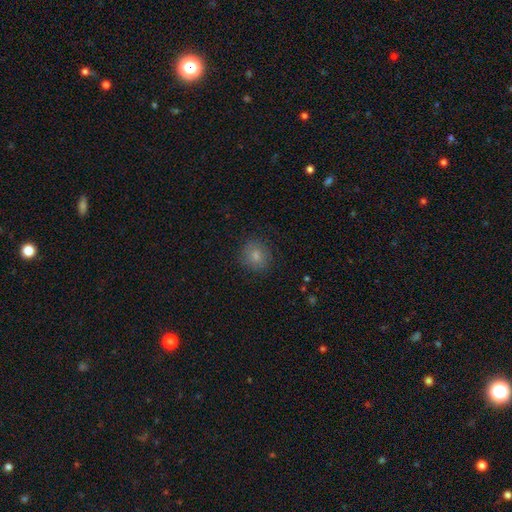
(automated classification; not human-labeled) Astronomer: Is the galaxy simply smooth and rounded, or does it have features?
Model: smooth — 81%.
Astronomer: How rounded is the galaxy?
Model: round — 82%.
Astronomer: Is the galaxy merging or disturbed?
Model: none — 84%.